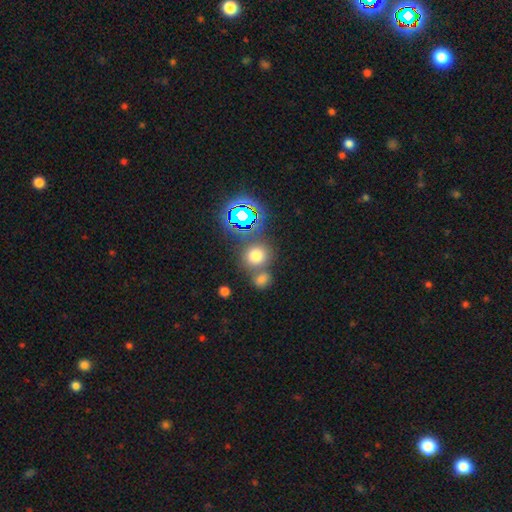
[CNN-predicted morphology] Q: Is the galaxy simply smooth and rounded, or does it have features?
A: smooth — 68%.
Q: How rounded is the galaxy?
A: round — 81%.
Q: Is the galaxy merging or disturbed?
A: none — 59%.